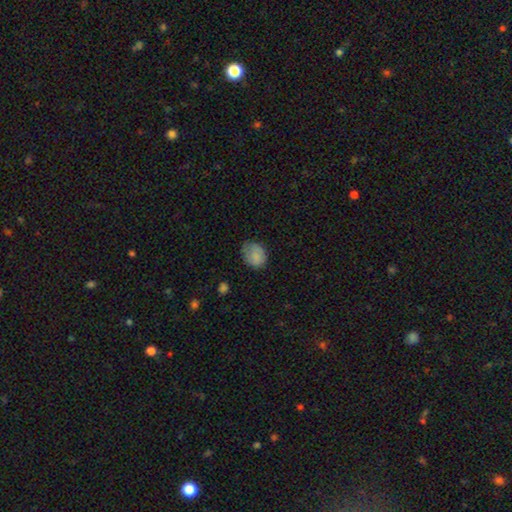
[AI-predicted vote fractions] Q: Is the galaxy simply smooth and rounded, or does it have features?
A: smooth — 81%.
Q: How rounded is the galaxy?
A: in between — 57%.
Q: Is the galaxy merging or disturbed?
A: none — 60%.